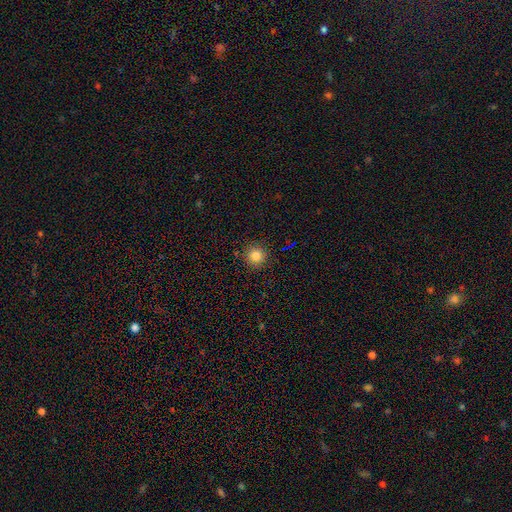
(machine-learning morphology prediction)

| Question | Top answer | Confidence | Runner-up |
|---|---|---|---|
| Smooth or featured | smooth | 82% | star or artifact (12%) |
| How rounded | round | 95% | in between (4%) |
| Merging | none | 91% | minor disturbance (6%) |